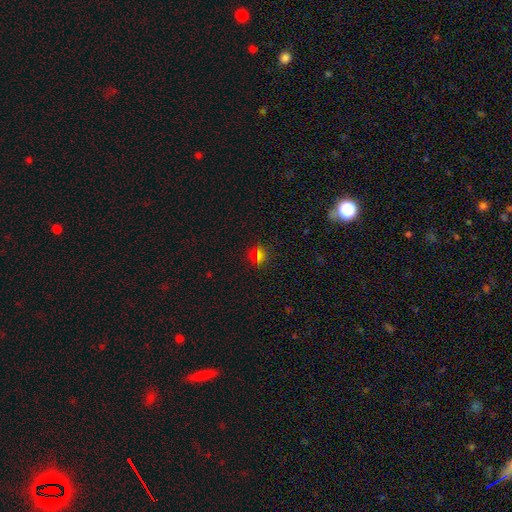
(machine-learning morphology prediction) Q: Smooth or featured?
A: smooth (61%); runner-up: star or artifact (31%)
Q: How rounded?
A: round (85%); runner-up: in between (12%)
Q: Merging?
A: none (88%); runner-up: minor disturbance (7%)